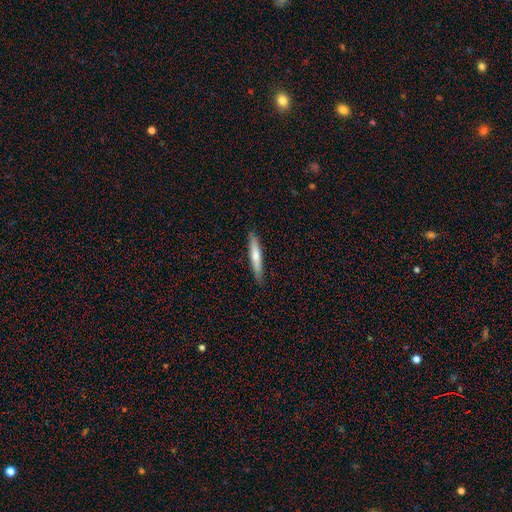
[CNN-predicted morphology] Q: Smooth or featured?
A: smooth (61%); runner-up: featured or disk (34%)
Q: How rounded?
A: cigar-shaped (92%); runner-up: in between (7%)
Q: Merging?
A: none (86%); runner-up: minor disturbance (11%)